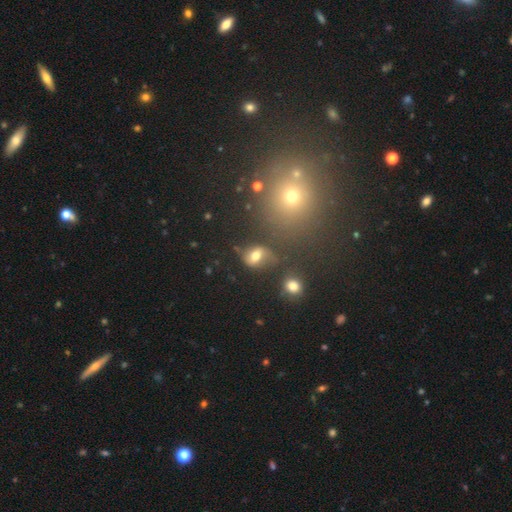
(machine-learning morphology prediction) smooth-or-featured: smooth: 55% | featured or disk: 31% | star or artifact: 14%
  how-rounded: in between: 58% | round: 40% | cigar-shaped: 2%
  merging: none: 52% | minor disturbance: 23% | major disturbance: 15% | merger: 10%